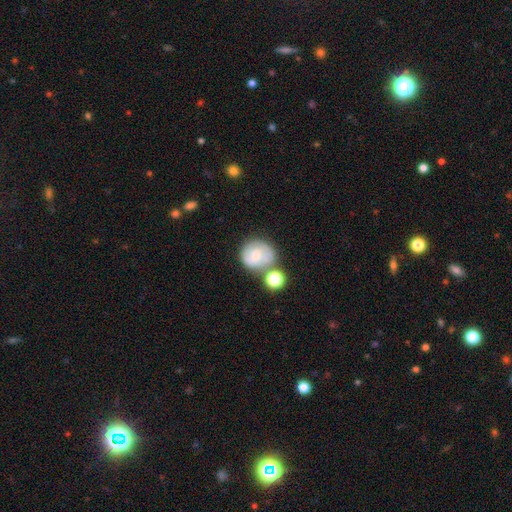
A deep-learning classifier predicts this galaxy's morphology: This appears to be a smooth galaxy with no disk features (53%) that is round (82%). Merging: none (49%).